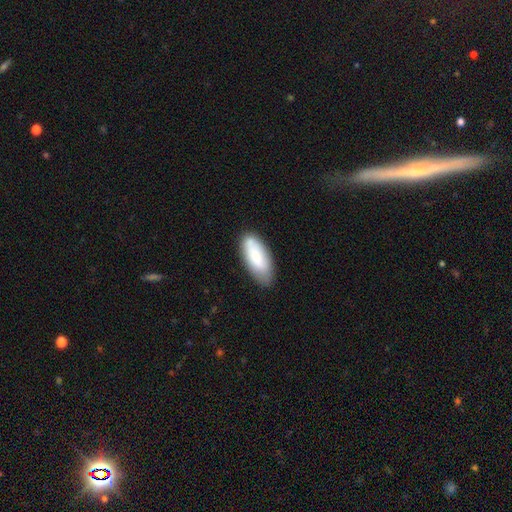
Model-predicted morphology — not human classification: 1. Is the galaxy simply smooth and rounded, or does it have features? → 75% smooth, 19% featured or disk, 6% star or artifact.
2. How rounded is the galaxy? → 79% in between, 19% cigar-shaped, 2% round.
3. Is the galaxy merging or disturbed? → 72% none, 21% minor disturbance, 4% major disturbance, 3% merger.